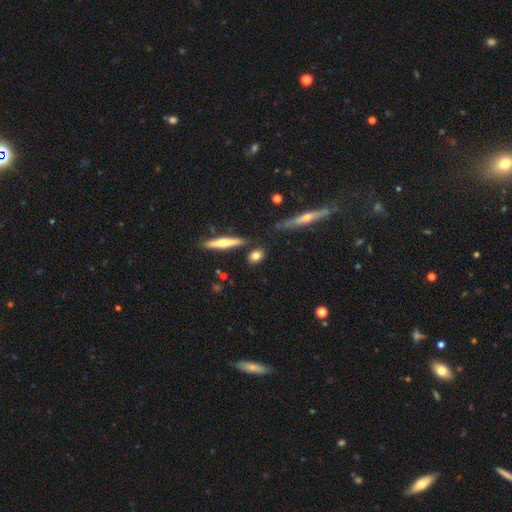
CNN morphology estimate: smooth-or-featured: smooth: 76% | featured or disk: 16% | star or artifact: 8%
  how-rounded: round: 44% | in between: 39% | cigar-shaped: 16%
  merging: none: 80% | minor disturbance: 11% | merger: 6% | major disturbance: 3%